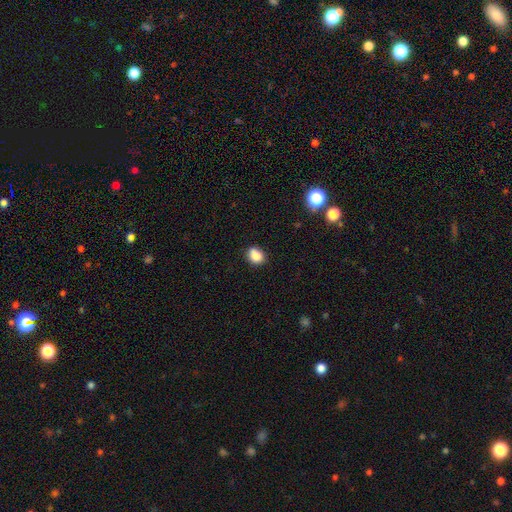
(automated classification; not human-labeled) Smooth or featured?
  - smooth: 84% *
  - star or artifact: 10%
  - featured or disk: 5%
How rounded?
  - round: 50% *
  - in between: 49%
  - cigar-shaped: 1%
Merging?
  - none: 70% *
  - minor disturbance: 19%
  - merger: 7%
  - major disturbance: 4%